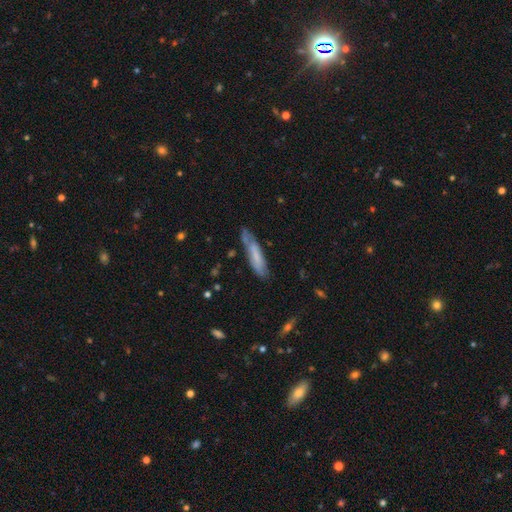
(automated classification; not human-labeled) A smooth galaxy with no disk features (55%) that is cigar-shaped (77%).

Vote fractions:
- Smooth or featured? smooth: 55% / featured or disk: 38% / star or artifact: 7%
- How rounded? cigar-shaped: 77% / in between: 22% / round: 1%
- Merging? none: 65% / minor disturbance: 24% / major disturbance: 7% / merger: 3%